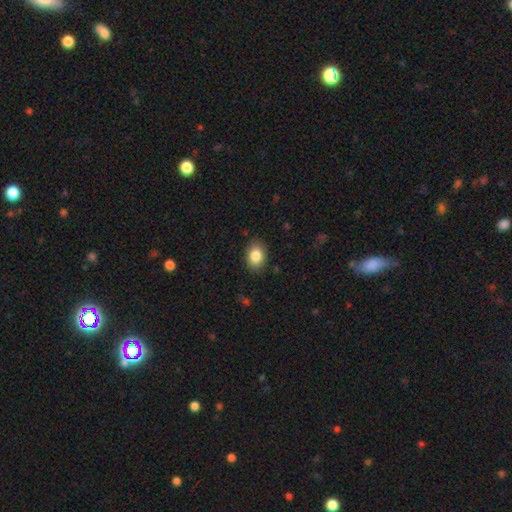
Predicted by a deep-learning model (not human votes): Smooth or featured? Predicted: smooth (p=0.85). How rounded? Predicted: in between (p=0.73). Merging? Predicted: none (p=0.87).